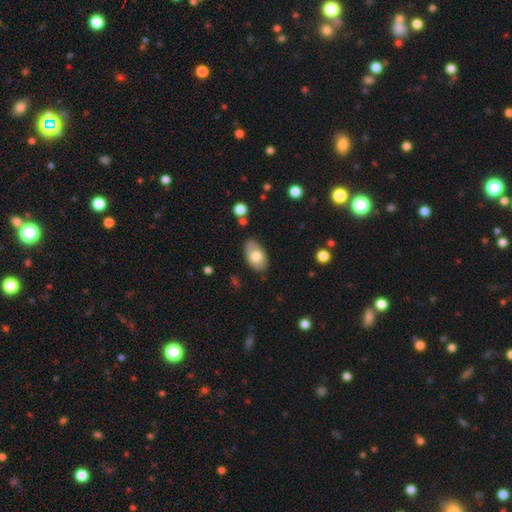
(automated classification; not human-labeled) This is likely a smooth galaxy (73%). How rounded: clearly in between (93%). Merging: likely none (76%).